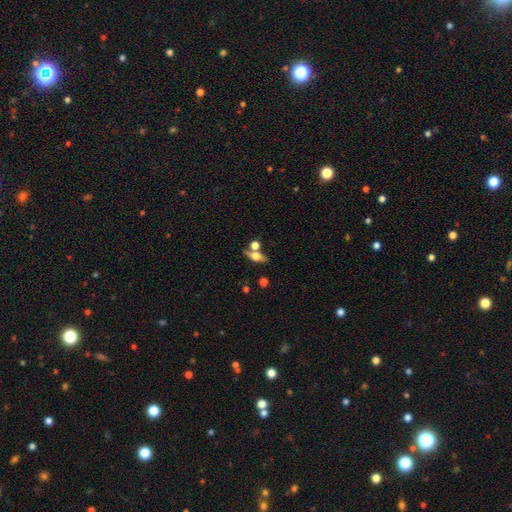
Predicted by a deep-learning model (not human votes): smooth-or-featured: smooth: 52% | featured or disk: 38% | star or artifact: 10%
  how-rounded: in between: 62% | cigar-shaped: 26% | round: 12%
  merging: none: 61% | merger: 22% | minor disturbance: 12% | major disturbance: 5%